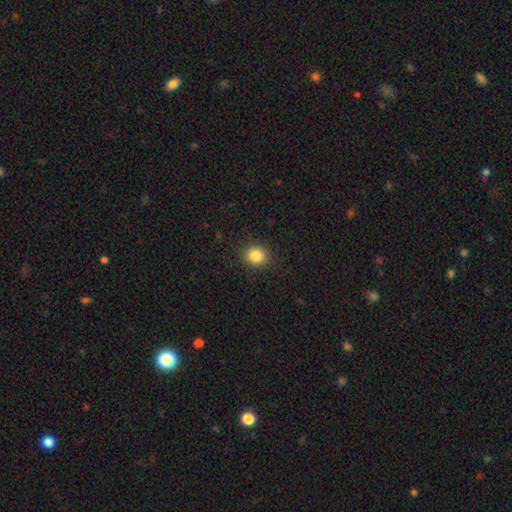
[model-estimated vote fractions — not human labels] This is clearly a smooth galaxy (85%). How rounded: likely round (80%). Merging: clearly none (90%).